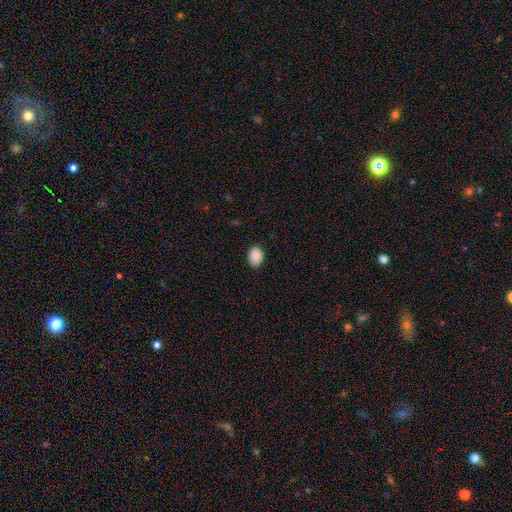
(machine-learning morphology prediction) This is clearly a smooth galaxy (90%). How rounded: likely in between (72%). Merging: clearly none (89%).